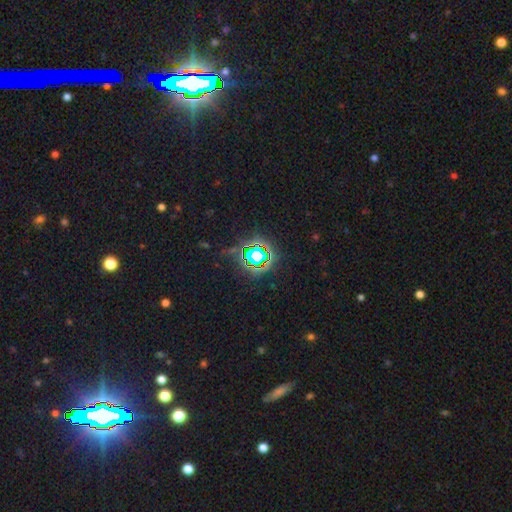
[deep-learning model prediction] A star or artifact, not a galaxy (75%).